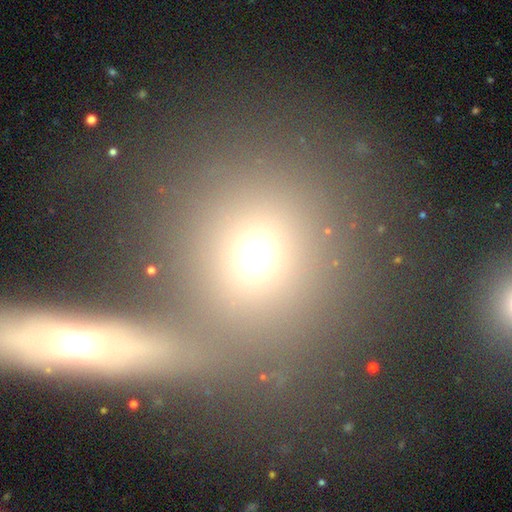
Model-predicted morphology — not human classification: The model was most divided on "merging": none: 50%, merger: 35%, minor disturbance: 9%, major disturbance: 7%. More confident: how rounded — round (80%); smooth or featured — smooth (68%).